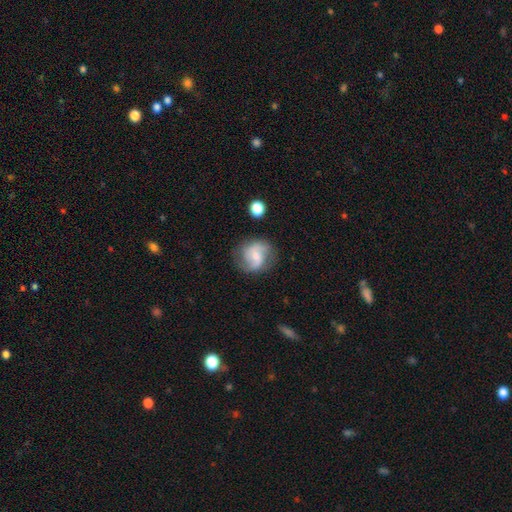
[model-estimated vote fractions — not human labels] This is likely a featured or disk galaxy (65%). It is clearly not viewed edge-on (97%). Bar: possibly weak (46%). Spiral arm pattern: clearly yes (90%). Spiral arm count: clearly 2 (86%). Spiral winding: marginally medium (43%). Central bulge: possibly moderate (47%). Merging: likely none (75%).